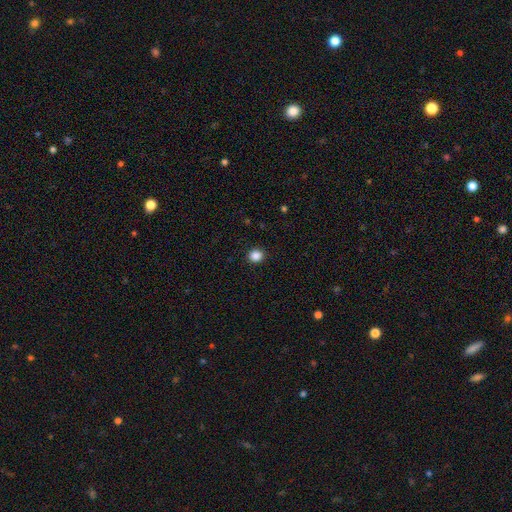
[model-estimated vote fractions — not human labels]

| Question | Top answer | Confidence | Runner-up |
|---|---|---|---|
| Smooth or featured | smooth | 87% | star or artifact (10%) |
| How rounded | round | 82% | in between (17%) |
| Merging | none | 92% | minor disturbance (5%) |